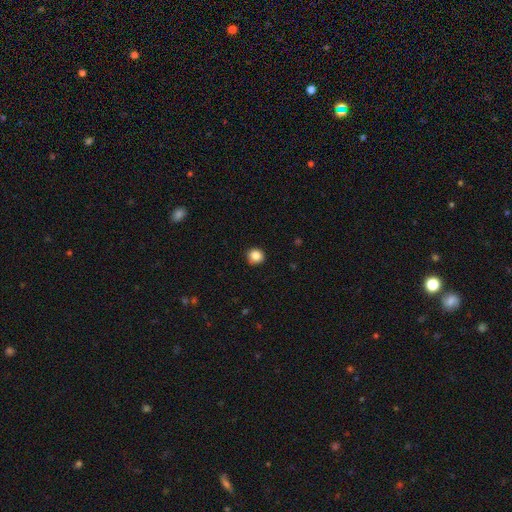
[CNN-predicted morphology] type=smooth (85%); roundness=round (91%); merging=none (88%).